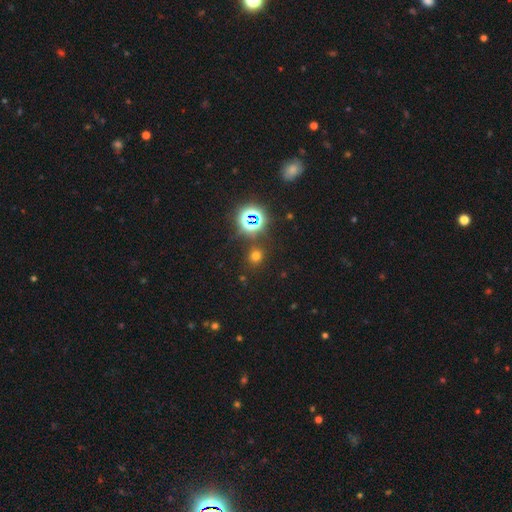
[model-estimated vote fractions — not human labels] This is likely a smooth galaxy (62%). How rounded: clearly round (80%). Merging: clearly none (83%).